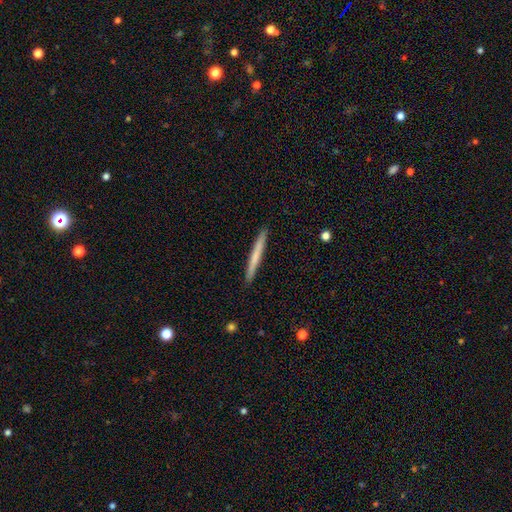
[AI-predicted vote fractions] This is likely a smooth galaxy (63%). How rounded: clearly cigar-shaped (97%). Merging: clearly none (92%).